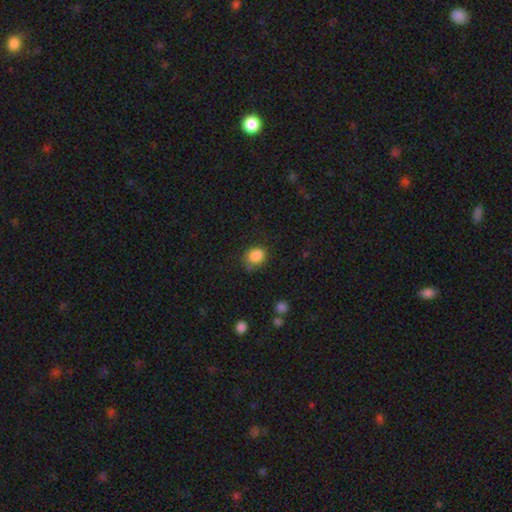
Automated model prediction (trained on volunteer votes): smooth-or-featured: smooth: 85% | star or artifact: 10% | featured or disk: 5%
  how-rounded: round: 56% | in between: 43% | cigar-shaped: 1%
  merging: none: 58% | minor disturbance: 29% | major disturbance: 10% | merger: 3%